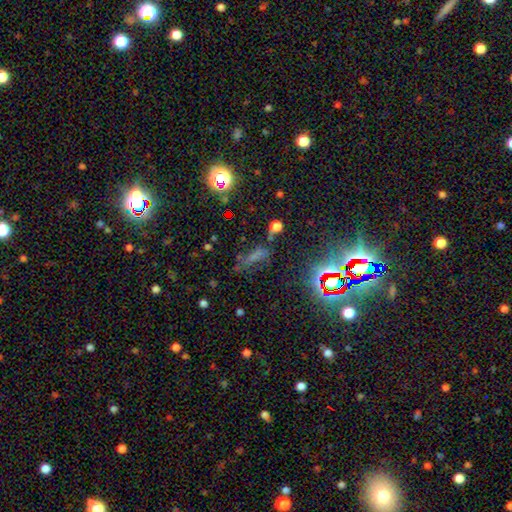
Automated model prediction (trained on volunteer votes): smooth-or-featured: star or artifact: 42% | smooth: 41% | featured or disk: 17%